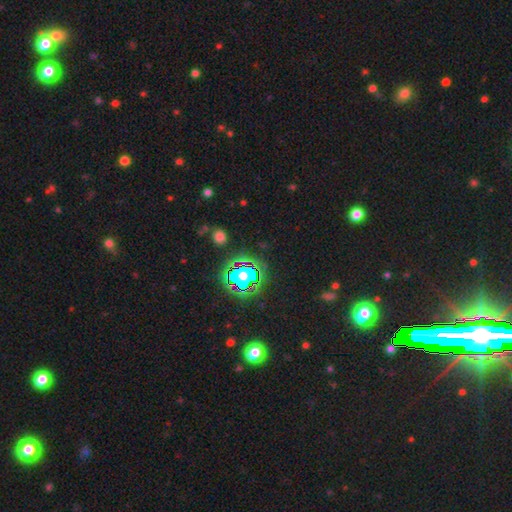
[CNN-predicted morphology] This appears to be a star or artifact, not a galaxy (82%).